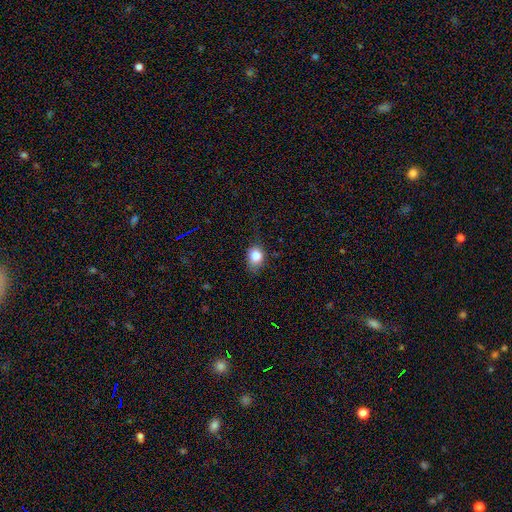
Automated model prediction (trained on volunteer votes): Smooth or featured: smooth — 84% (star or artifact — 10%)
How rounded: in between — 57% (round — 42%)
Merging: none — 65% (minor disturbance — 27%)